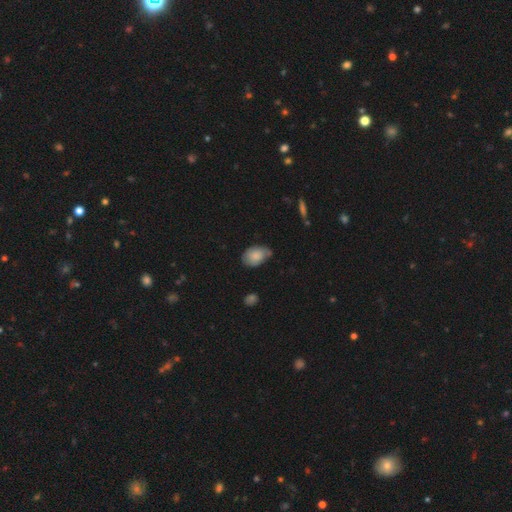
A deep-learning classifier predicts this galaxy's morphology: Smooth or featured: smooth — 78% (featured or disk — 15%)
How rounded: in between — 84% (round — 15%)
Merging: none — 53% (minor disturbance — 36%)